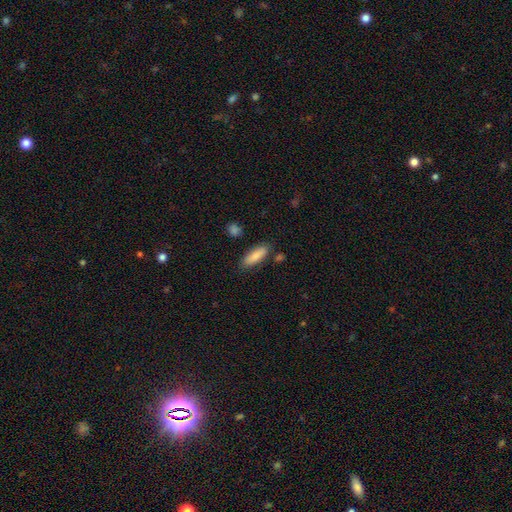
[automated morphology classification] type=smooth (85%); roundness=in between (52%); merging=none (84%).